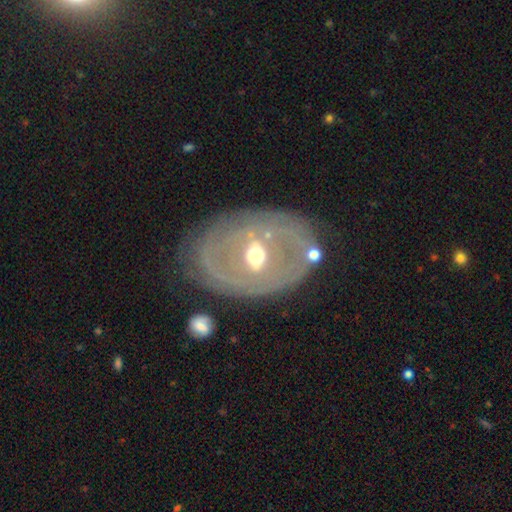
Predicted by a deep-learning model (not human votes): This is likely a featured or disk galaxy (75%). It is clearly not viewed edge-on (90%). Bar: marginally weak (37%). Spiral arm pattern: likely no (64%). Central bulge: likely moderate (71%). Merging: likely none (71%).